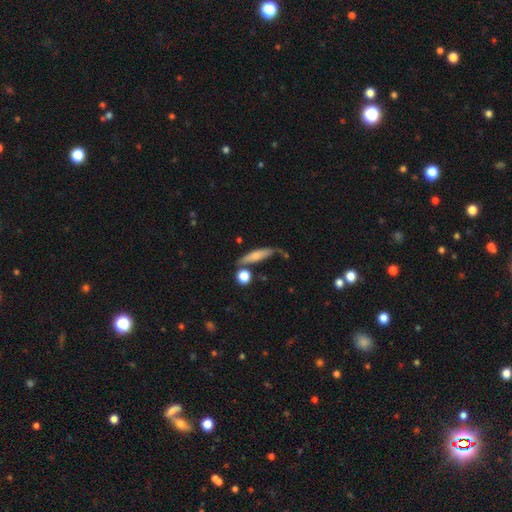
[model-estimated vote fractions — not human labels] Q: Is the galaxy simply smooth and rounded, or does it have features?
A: smooth — 63%.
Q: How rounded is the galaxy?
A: cigar-shaped — 74%.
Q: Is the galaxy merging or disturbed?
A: none — 64%.